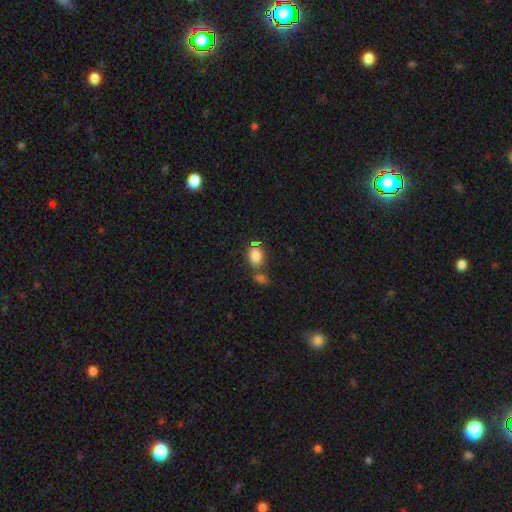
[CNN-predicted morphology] Smooth or featured? Predicted: smooth (p=0.83). How rounded? Predicted: in between (p=0.75). Merging? Predicted: none (p=0.53).